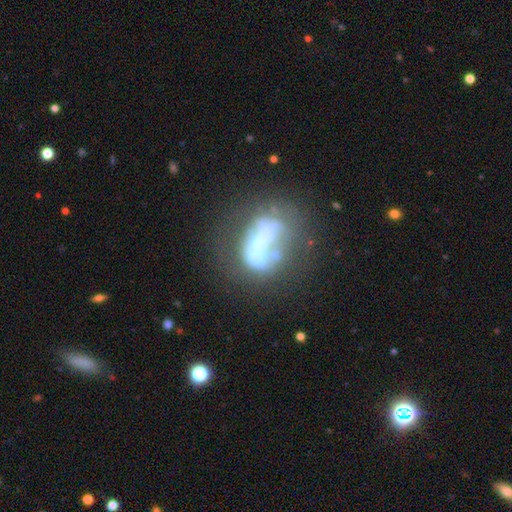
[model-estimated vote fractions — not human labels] Smooth or featured: featured or disk — 62% (smooth — 23%)
Edge-on disk: no — 96% (yes — 4%)
Bar: no — 62% (strong — 24%)
Spiral arms: no — 86% (yes — 14%)
Bulge size: none — 41% (moderate — 24%)
Merging: major disturbance — 33% (none — 29%)